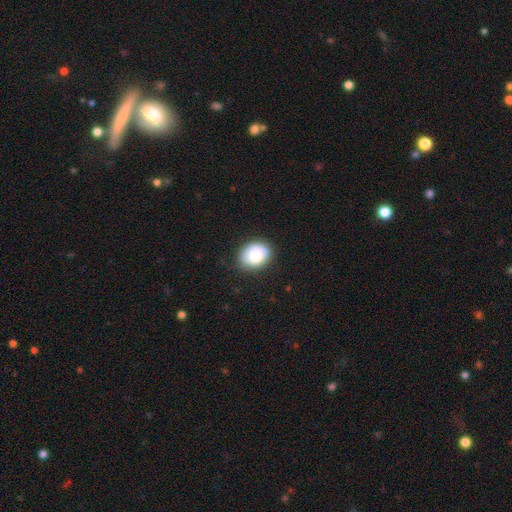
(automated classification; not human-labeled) Morphology: type=smooth (78%); roundness=round (52%); merging=none (80%).